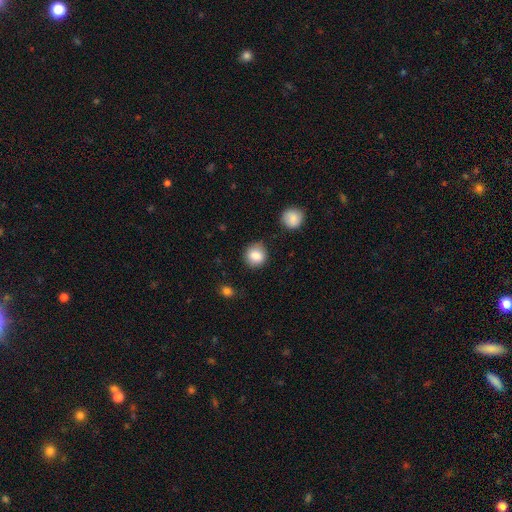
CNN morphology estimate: Q: Smooth or featured?
A: smooth (85%); runner-up: star or artifact (9%)
Q: How rounded?
A: round (90%); runner-up: in between (9%)
Q: Merging?
A: none (83%); runner-up: minor disturbance (12%)